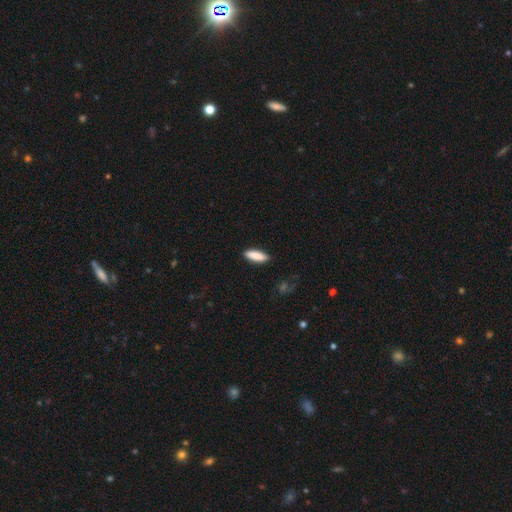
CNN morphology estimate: type=smooth (88%); roundness=in between (52%); merging=none (85%).